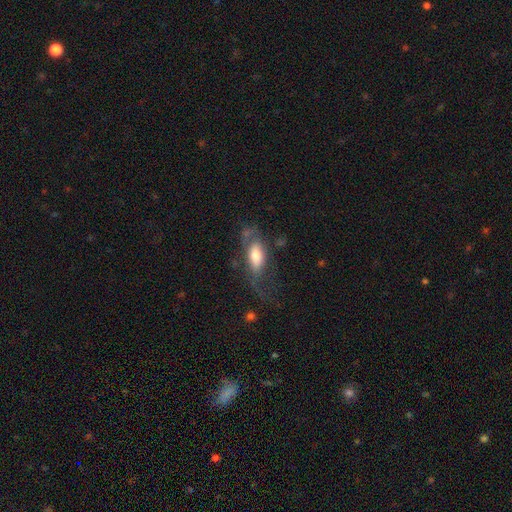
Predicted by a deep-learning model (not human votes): smooth 57%, featured or disk 36%, star or artifact 7%. Down the decision tree: how rounded — in between (83%); merging — none (36%, tied with major disturbance).